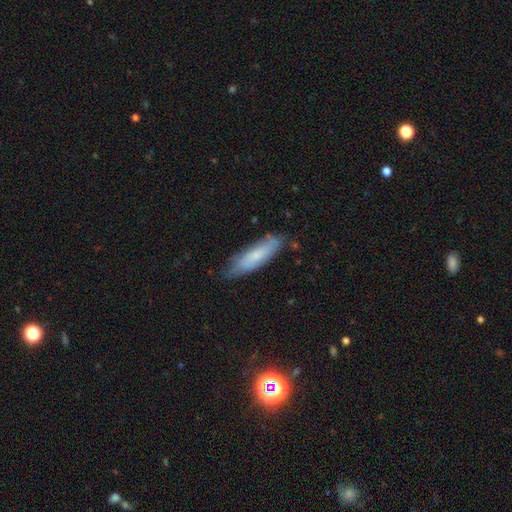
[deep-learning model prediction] The model was most divided on "how rounded": cigar-shaped: 63%, in between: 36%, round: 1%. More confident: merging — none (74%); smooth or featured — smooth (69%).